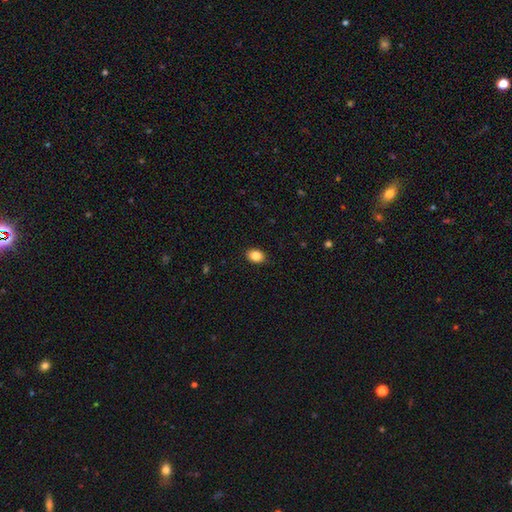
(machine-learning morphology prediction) Smooth or featured?
  - smooth: 84% *
  - star or artifact: 9%
  - featured or disk: 7%
How rounded?
  - in between: 70% *
  - round: 29%
  - cigar-shaped: 1%
Merging?
  - none: 89% *
  - minor disturbance: 8%
  - major disturbance: 2%
  - merger: 1%